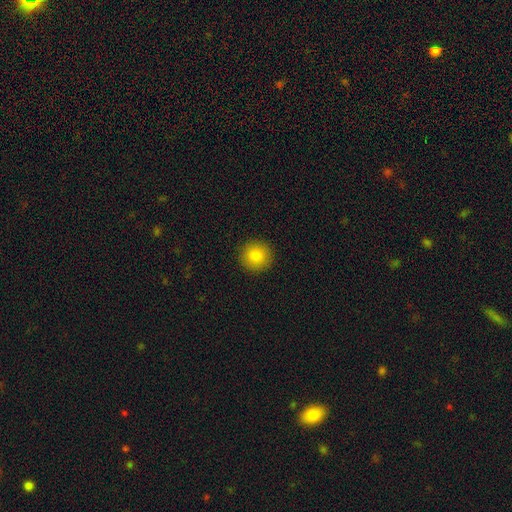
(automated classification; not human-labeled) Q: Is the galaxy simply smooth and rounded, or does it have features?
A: smooth — 83%.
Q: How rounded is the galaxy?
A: round — 94%.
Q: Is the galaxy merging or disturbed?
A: none — 92%.